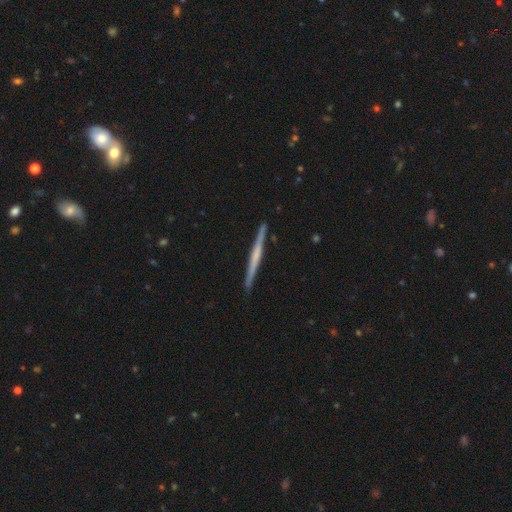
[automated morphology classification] featured or disk 63%, smooth 32%, star or artifact 5%. Down the decision tree: edge-on disk — yes (98%); edge-on bulge — none (64%); merging — none (91%).